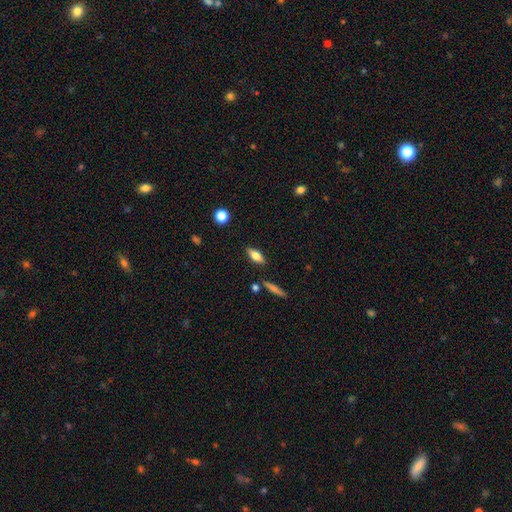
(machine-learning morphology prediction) This appears to be a smooth galaxy with no disk features (70%) that is in between round and cigar-shaped (73%). Merging: none (84%).